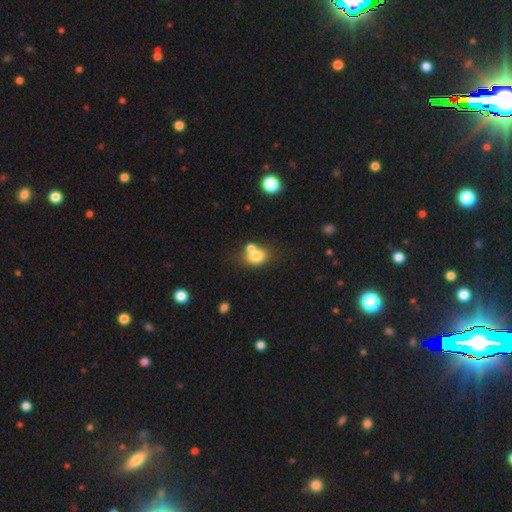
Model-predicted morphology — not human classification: The model was most divided on "how rounded": in between: 51%, round: 48%, cigar-shaped: 1%. Remaining: smooth or featured — smooth (76%); merging — none (45%).